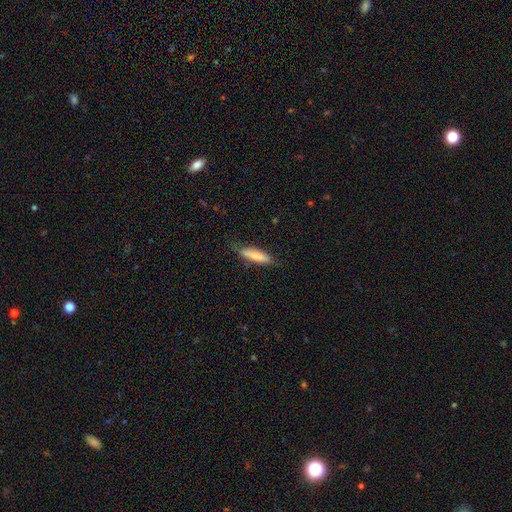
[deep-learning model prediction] Morphology: type=smooth (67%); roundness=cigar-shaped (69%); merging=none (74%).